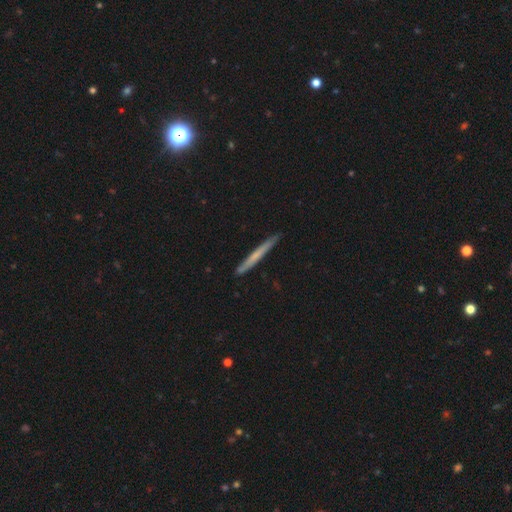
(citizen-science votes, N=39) Smooth or featured? 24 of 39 (62%) said smooth. How rounded? 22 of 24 (92%) said cigar-shaped. Merging? 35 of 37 (95%) said none.